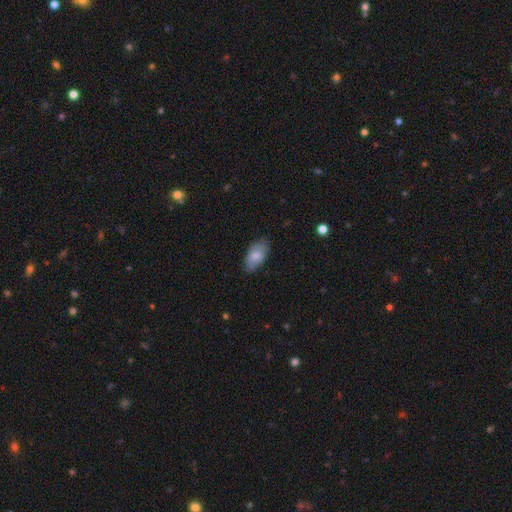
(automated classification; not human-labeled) Smooth or featured?
  - smooth: 78% *
  - featured or disk: 16%
  - star or artifact: 6%
How rounded?
  - in between: 93% *
  - cigar-shaped: 3%
  - round: 3%
Merging?
  - none: 75% *
  - minor disturbance: 20%
  - major disturbance: 4%
  - merger: 1%